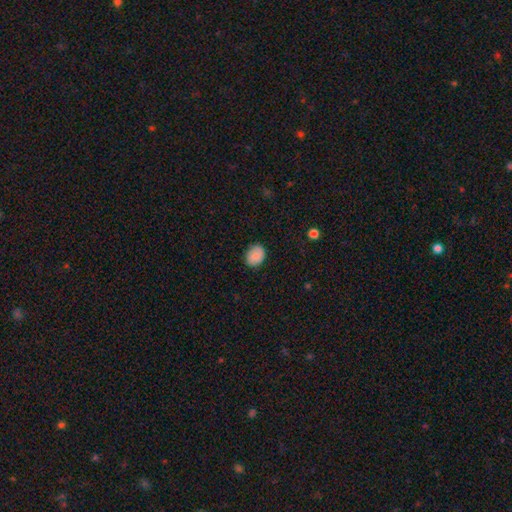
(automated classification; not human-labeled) Morphology: type=smooth (85%); roundness=in between (58%); merging=none (82%).